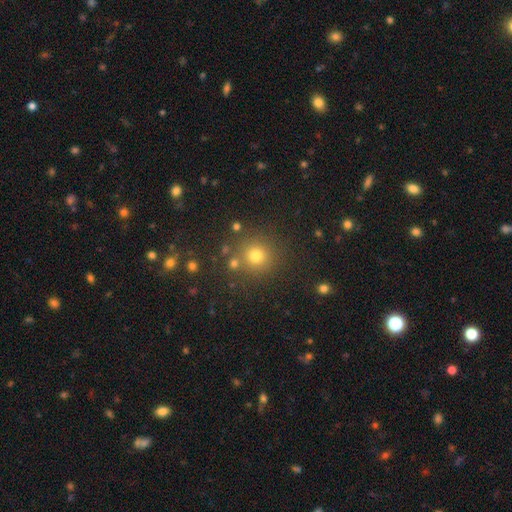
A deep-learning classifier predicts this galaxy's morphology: smooth 73%, star or artifact 20%, featured or disk 6%. Down the decision tree: how rounded — round (93%); merging — none (84%).